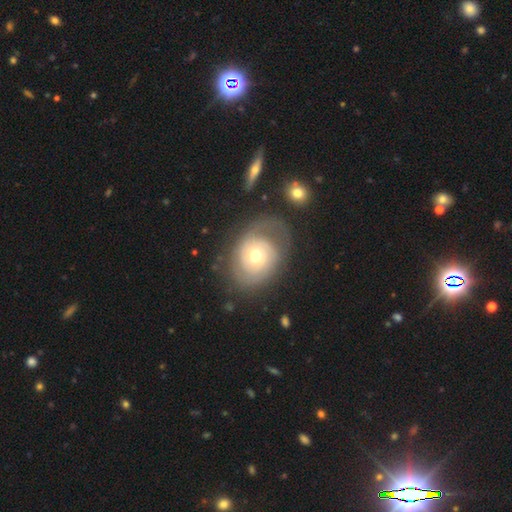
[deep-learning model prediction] Smooth or featured: featured or disk — 74% (smooth — 20%)
Edge-on disk: no — 97% (yes — 3%)
Bar: no — 76% (weak — 20%)
Spiral arms: yes — 86% (no — 14%)
Spiral winding: tight — 61% (medium — 28%)
Spiral arm count: 2 — 50% (can't tell — 26%)
Bulge size: moderate — 68% (small — 22%)
Merging: none — 61% (minor disturbance — 21%)